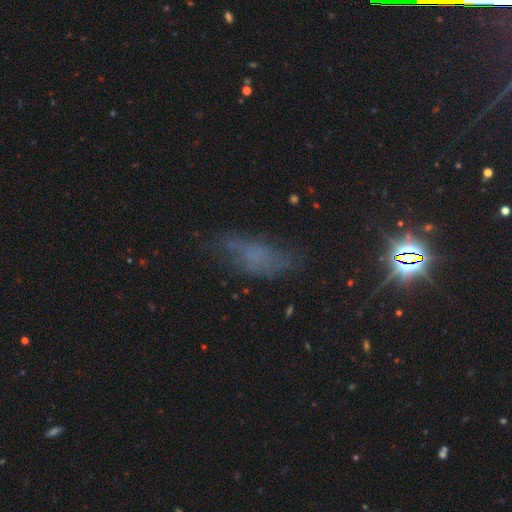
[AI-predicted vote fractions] Morphology: type=smooth (44%); merging=none (51%).